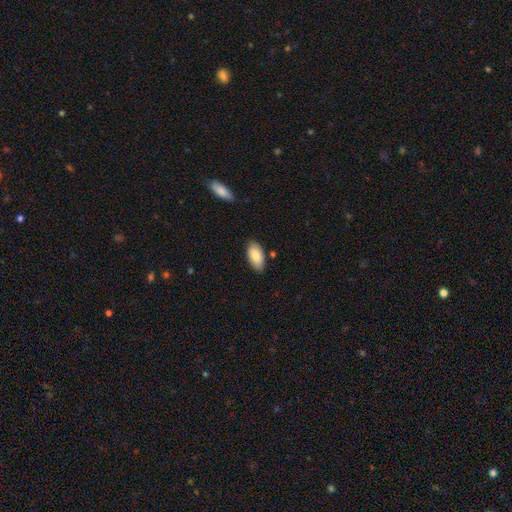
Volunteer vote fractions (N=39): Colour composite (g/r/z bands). It shows a smooth galaxy with no disk features (74%) that is in between round and cigar-shaped (97%). Merging: none (84%).